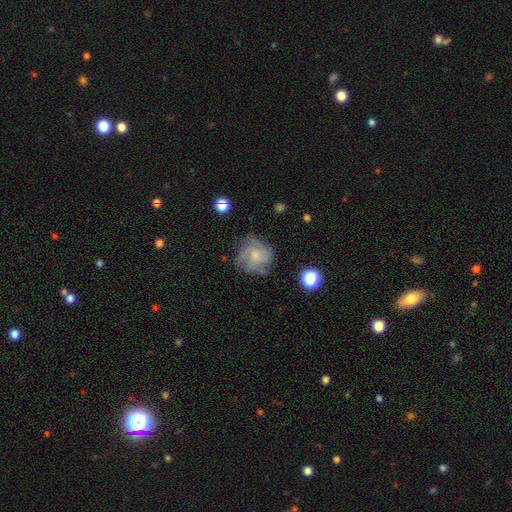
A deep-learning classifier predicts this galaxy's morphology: Smooth or featured? Predicted: featured or disk (p=0.50). Edge-on disk? Predicted: no (p=0.97). Merging? Predicted: none (p=0.59).